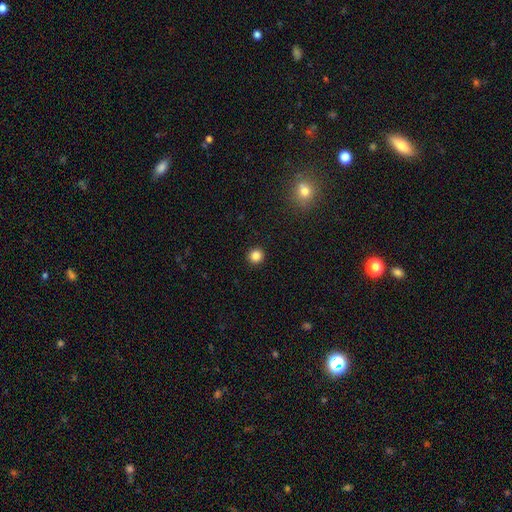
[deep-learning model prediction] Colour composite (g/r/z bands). It shows a smooth galaxy with no disk features (85%) that is round (94%). Merging: none (93%).